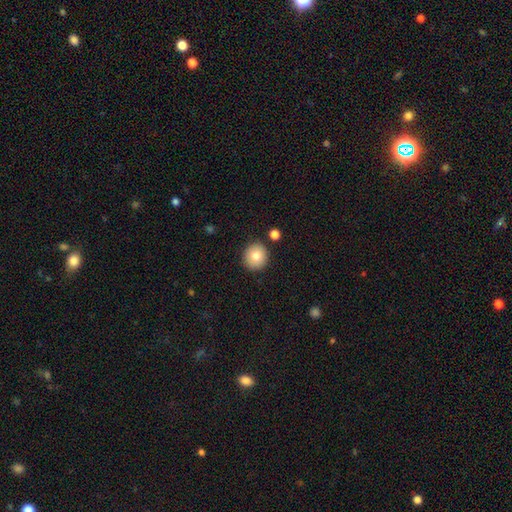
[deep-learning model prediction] A smooth galaxy with no disk features (80%) that is round (92%).

Vote fractions:
- Smooth or featured? smooth: 80% / featured or disk: 11% / star or artifact: 9%
- How rounded? round: 92% / in between: 7% / cigar-shaped: 1%
- Merging? none: 88% / minor disturbance: 7% / merger: 3% / major disturbance: 2%